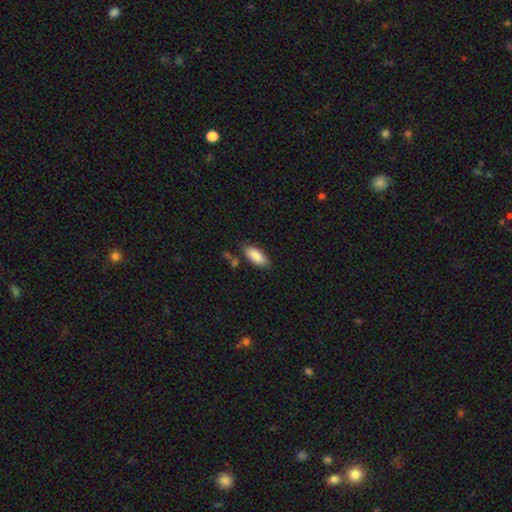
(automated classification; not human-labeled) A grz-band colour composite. It shows a smooth galaxy with no disk features (86%) that is in between round and cigar-shaped (81%). Merging: none (76%).